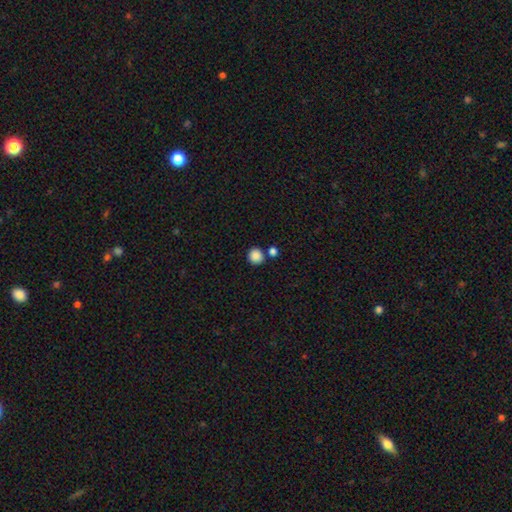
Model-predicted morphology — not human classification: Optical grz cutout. It shows a smooth galaxy with no disk features (87%) that is round (92%). Merging: none (76%).